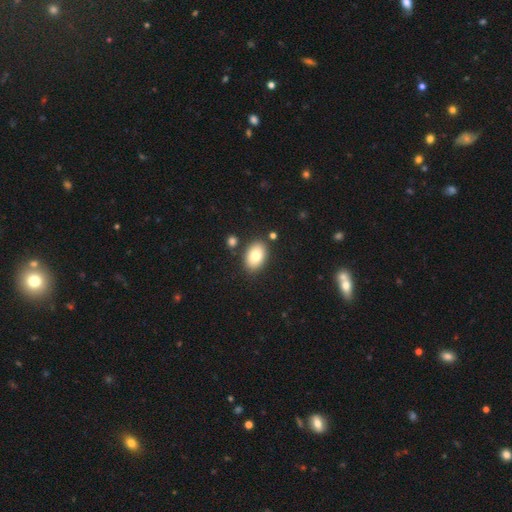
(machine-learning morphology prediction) smooth 81%, featured or disk 11%, star or artifact 8%. Down the decision tree: how rounded — in between (84%); merging — none (84%).